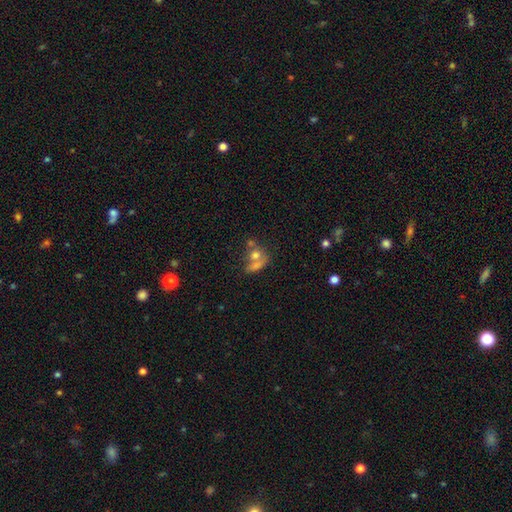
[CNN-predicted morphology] Q: Smooth or featured?
A: smooth (66%); runner-up: featured or disk (21%)
Q: How rounded?
A: round (52%); runner-up: in between (43%)
Q: Merging?
A: merger (49%); runner-up: none (31%)